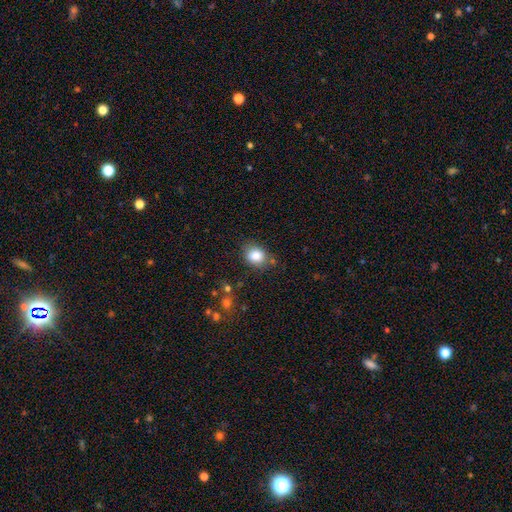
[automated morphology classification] This appears to be a smooth galaxy with no disk features (85%) that is in between round and cigar-shaped (52%). Merging: none (73%).